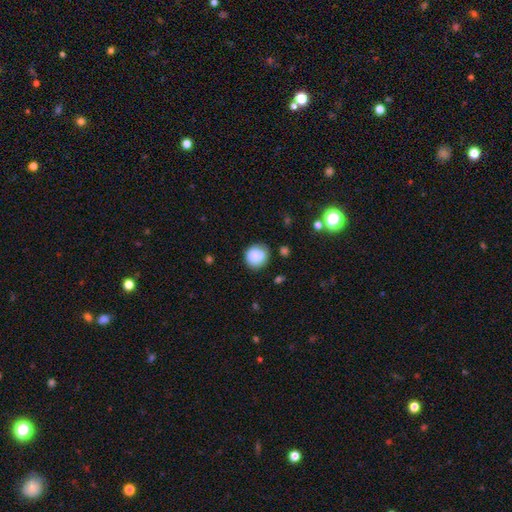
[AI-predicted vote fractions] smooth 82%, featured or disk 9%, star or artifact 9%. Down the decision tree: how rounded — round (81%); merging — none (73%).